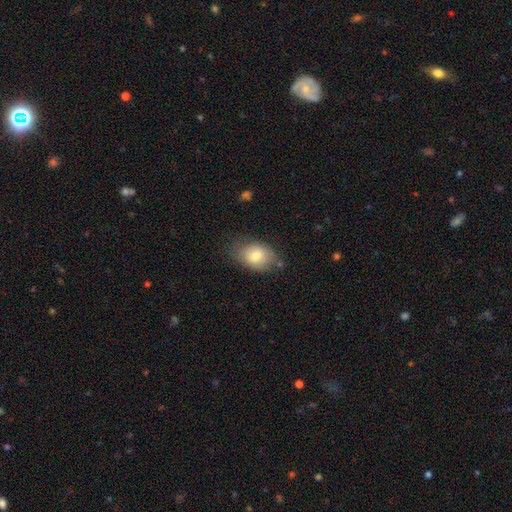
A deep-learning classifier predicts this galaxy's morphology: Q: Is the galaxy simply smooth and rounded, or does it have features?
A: smooth — 76%.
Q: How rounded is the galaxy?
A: in between — 80%.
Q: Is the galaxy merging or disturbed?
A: none — 68%.